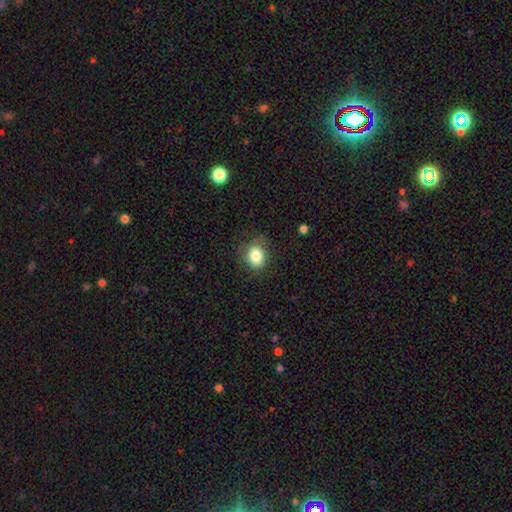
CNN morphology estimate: smooth_or_featured: smooth (p=0.82) [alt: star or artifact p=0.10]
how_rounded: round (p=0.57) [alt: in between p=0.42]
merging: none (p=0.65) [alt: minor disturbance p=0.25]